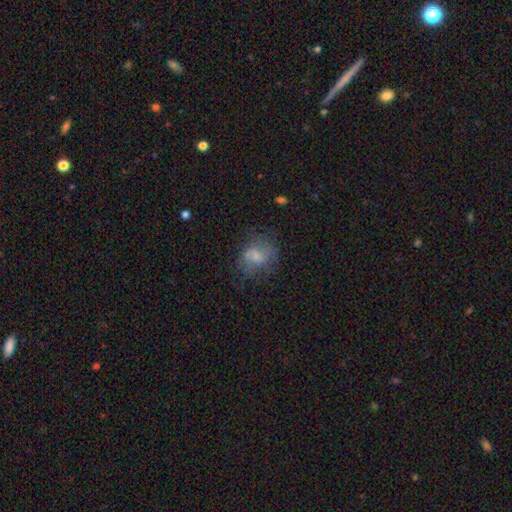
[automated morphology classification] smooth_or_featured: smooth (p=0.51) [alt: featured or disk p=0.39]
how_rounded: round (p=0.56) [alt: in between p=0.43]
merging: none (p=0.58) [alt: minor disturbance p=0.24]